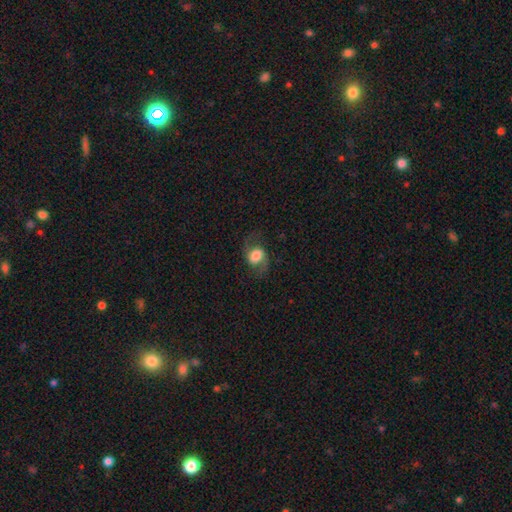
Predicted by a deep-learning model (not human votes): Smooth or featured: featured or disk — 59% (smooth — 32%)
Edge-on disk: no — 96% (yes — 4%)
Bar: no — 55% (weak — 35%)
Spiral arms: yes — 90% (no — 10%)
Spiral winding: loose — 57% (medium — 36%)
Spiral arm count: 2 — 92% (1 — 3%)
Bulge size: large — 48% (moderate — 24%)
Merging: none — 73% (minor disturbance — 15%)